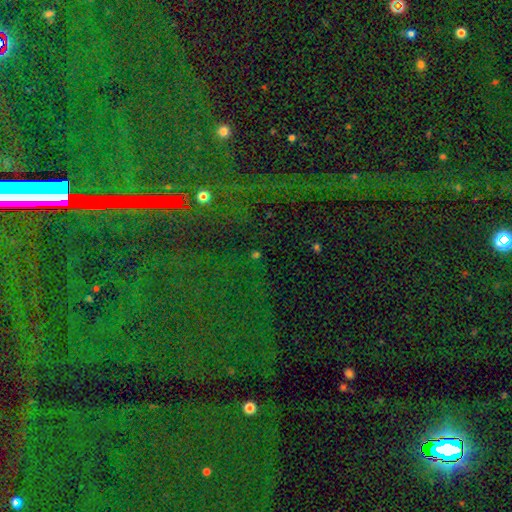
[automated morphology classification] Smooth or featured?
  - star or artifact: 77% *
  - smooth: 14%
  - featured or disk: 9%